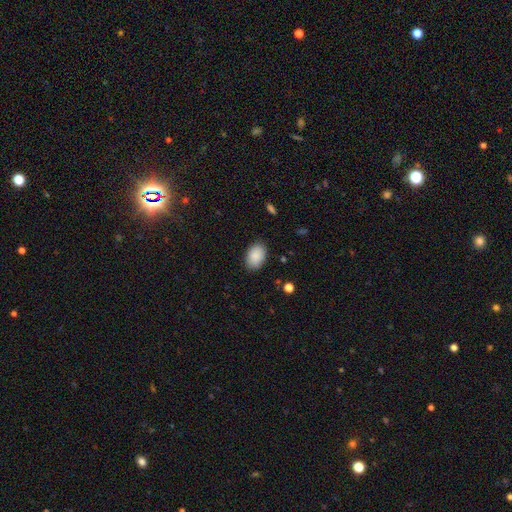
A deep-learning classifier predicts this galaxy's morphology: This appears to be a smooth galaxy with no disk features (90%) that is in between round and cigar-shaped (88%). Merging: none (87%).